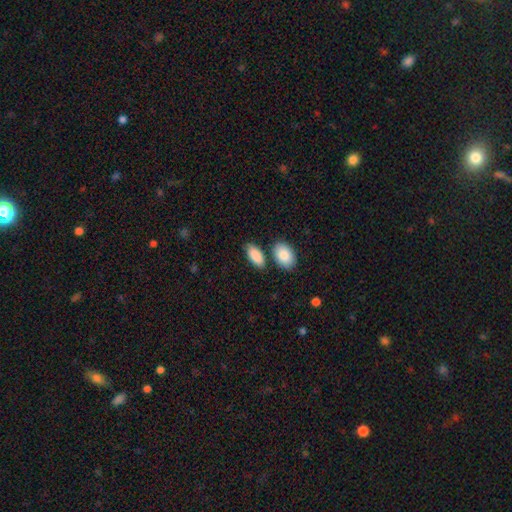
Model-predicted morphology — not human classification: smooth_or_featured: smooth (p=0.88) [alt: featured or disk p=0.06]
how_rounded: in between (p=0.92) [alt: cigar-shaped p=0.04]
merging: none (p=0.73) [alt: minor disturbance p=0.12]